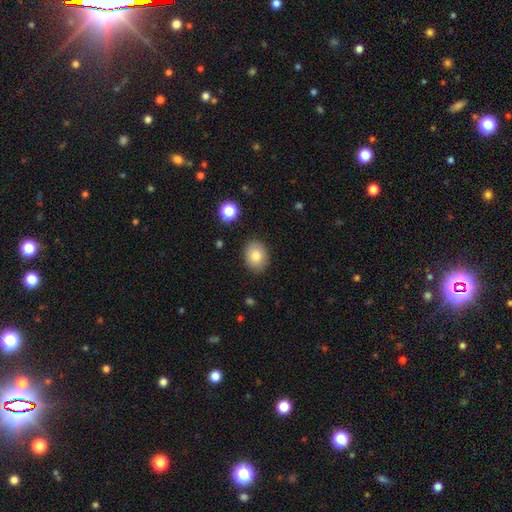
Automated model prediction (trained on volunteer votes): Q: Smooth or featured?
A: smooth (81%); runner-up: featured or disk (10%)
Q: How rounded?
A: in between (59%); runner-up: round (40%)
Q: Merging?
A: none (86%); runner-up: minor disturbance (10%)